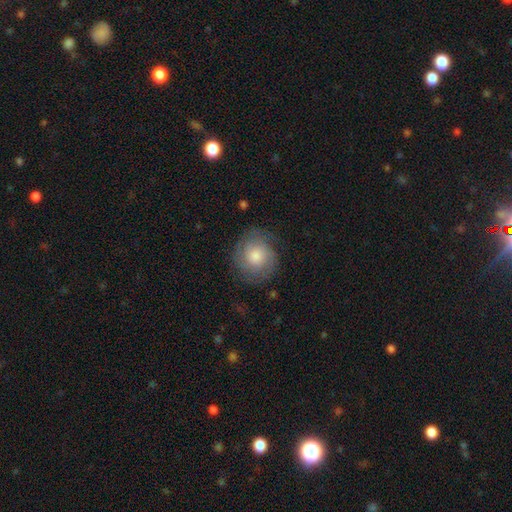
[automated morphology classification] Smooth or featured?
  - featured or disk: 49% *
  - smooth: 42%
  - star or artifact: 9%
Merging?
  - none: 76% *
  - minor disturbance: 16%
  - major disturbance: 6%
  - merger: 1%